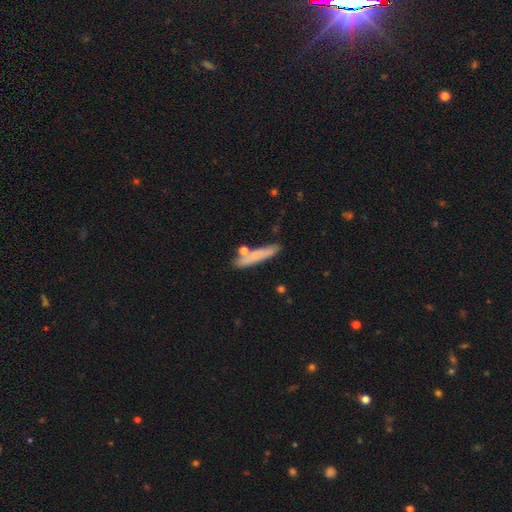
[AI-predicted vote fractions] Smooth or featured?
  - smooth: 67% *
  - featured or disk: 26%
  - star or artifact: 8%
How rounded?
  - cigar-shaped: 87% *
  - in between: 11%
  - round: 2%
Merging?
  - none: 75% *
  - minor disturbance: 14%
  - merger: 8%
  - major disturbance: 3%